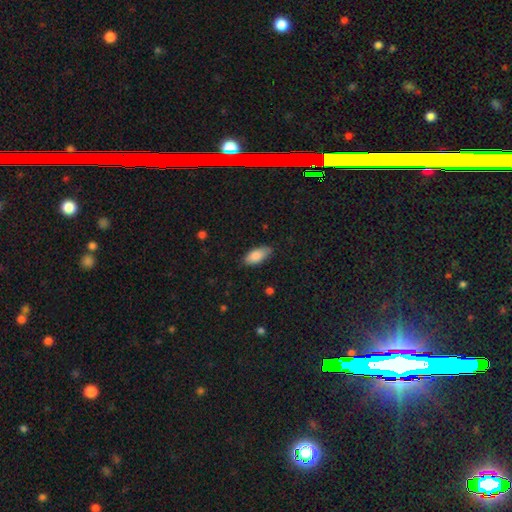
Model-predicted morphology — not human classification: Overall: smooth (84%). How rounded: in between (89%). Merging: none (80%).